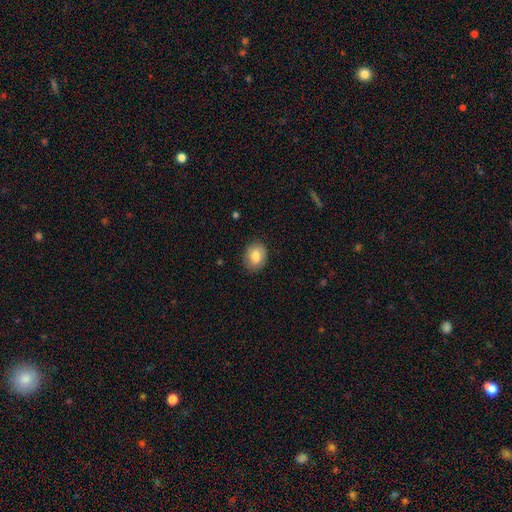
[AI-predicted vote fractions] smooth_or_featured: smooth (p=0.83) [alt: featured or disk p=0.09]
how_rounded: in between (p=0.53) [alt: round p=0.46]
merging: none (p=0.85) [alt: minor disturbance p=0.11]